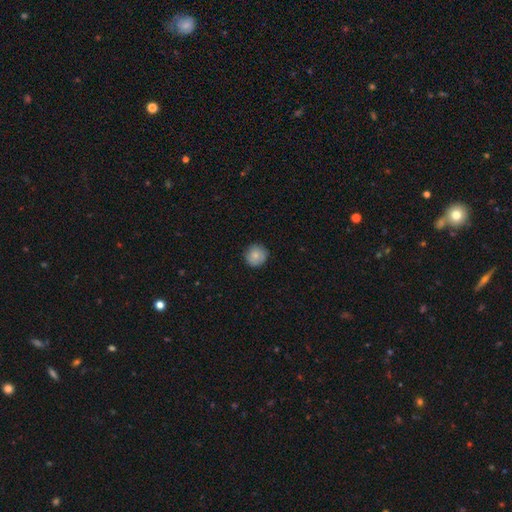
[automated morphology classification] The model was most divided on "smooth or featured": smooth: 84%, star or artifact: 8%, featured or disk: 8%. More confident: how rounded — round (94%); merging — none (87%).